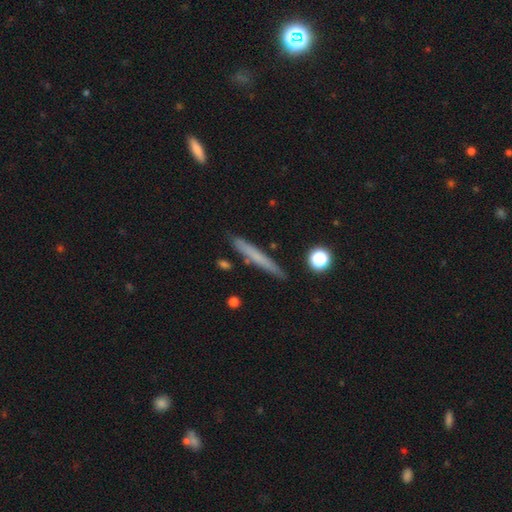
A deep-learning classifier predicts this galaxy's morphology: This appears to be a smooth galaxy with no disk features (60%) that is cigar-shaped (95%). Merging: none (85%).